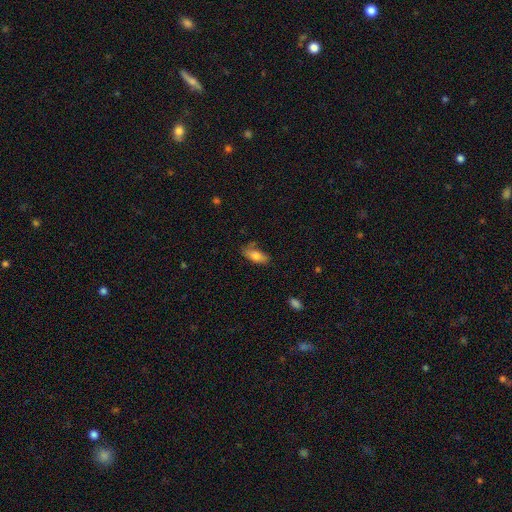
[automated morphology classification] Q: Smooth or featured?
A: smooth (76%); runner-up: featured or disk (16%)
Q: How rounded?
A: in between (85%); runner-up: cigar-shaped (12%)
Q: Merging?
A: none (58%); runner-up: minor disturbance (28%)